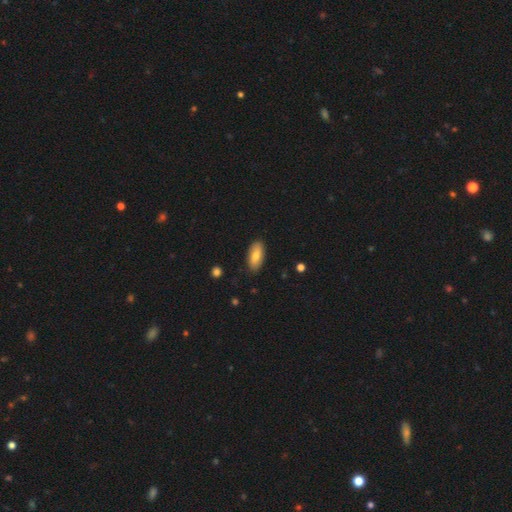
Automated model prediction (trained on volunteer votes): Smooth or featured? smooth (77%)
How rounded? in between (85%)
Merging? none (87%)